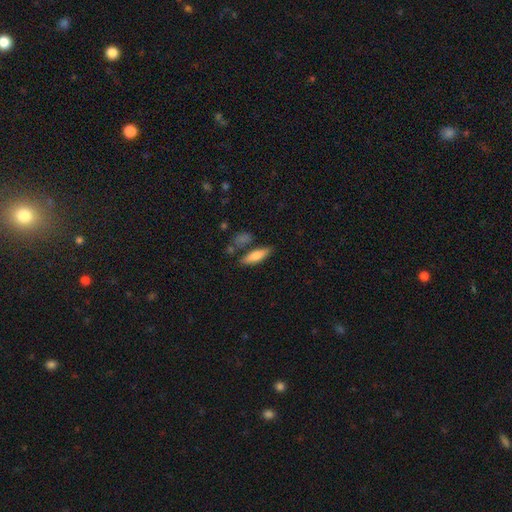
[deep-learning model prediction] smooth-or-featured: smooth: 72% | featured or disk: 22% | star or artifact: 6%
  how-rounded: cigar-shaped: 55% | in between: 43% | round: 2%
  merging: none: 75% | minor disturbance: 13% | merger: 8% | major disturbance: 4%